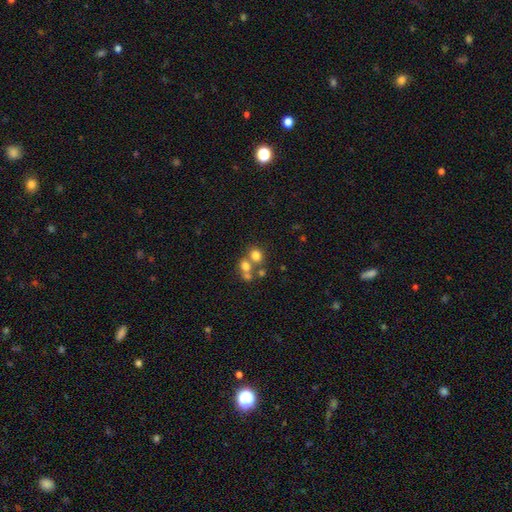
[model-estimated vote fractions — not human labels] smooth-or-featured: smooth: 71% | star or artifact: 14% | featured or disk: 14%
  how-rounded: round: 71% | in between: 28% | cigar-shaped: 1%
  merging: none: 45% | merger: 43% | minor disturbance: 8% | major disturbance: 4%